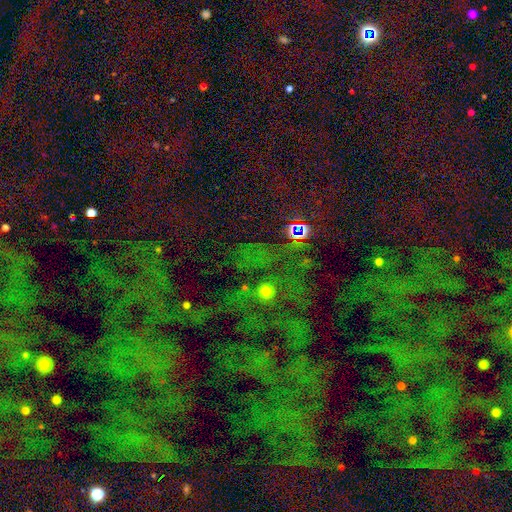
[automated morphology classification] This is likely a star or artifact rather than a galaxy (75%).